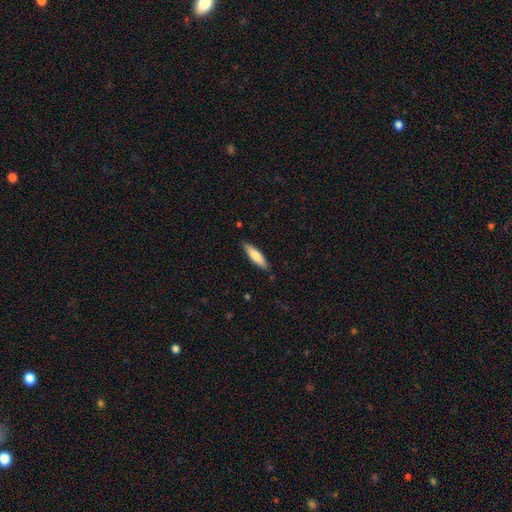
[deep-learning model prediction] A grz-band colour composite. It shows a smooth galaxy with no disk features (77%) that is cigar-shaped (68%). Merging: none (86%).